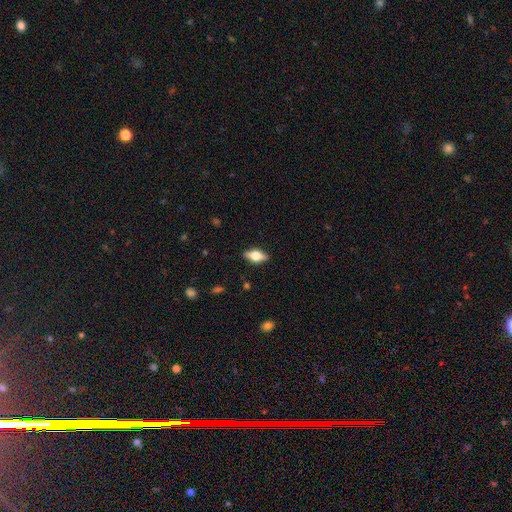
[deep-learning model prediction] This is possibly a featured or disk galaxy (47%). Merging: clearly none (87%).